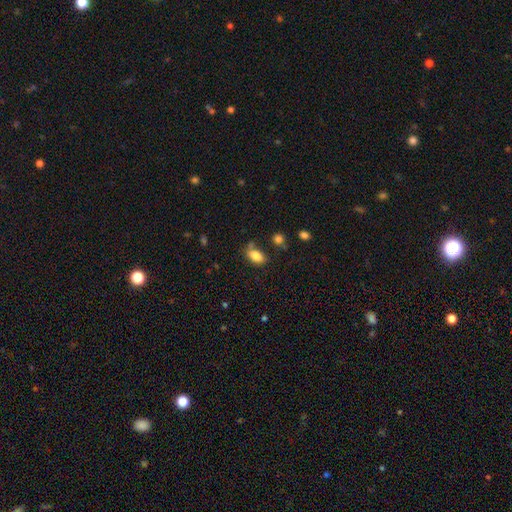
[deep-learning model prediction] This is clearly a smooth galaxy (84%). How rounded: clearly in between (89%). Merging: likely none (68%).